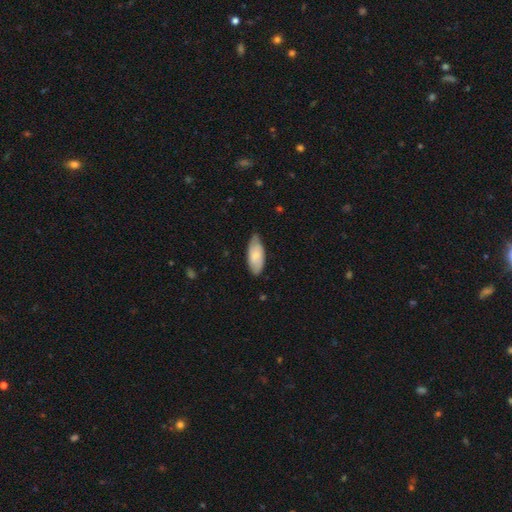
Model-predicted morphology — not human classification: Q: Smooth or featured?
A: smooth (68%); runner-up: featured or disk (27%)
Q: How rounded?
A: in between (85%); runner-up: cigar-shaped (13%)
Q: Merging?
A: none (73%); runner-up: minor disturbance (23%)